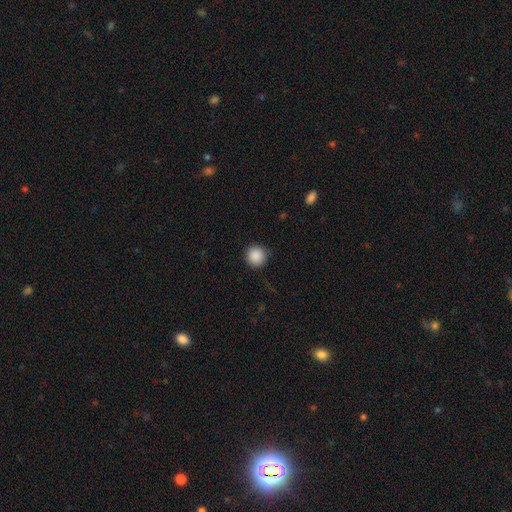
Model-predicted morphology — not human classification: Smooth or featured? smooth (89%)
How rounded? round (95%)
Merging? none (88%)